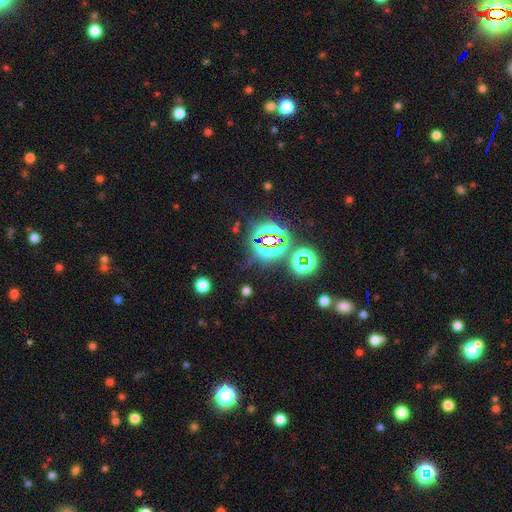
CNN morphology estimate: smooth_or_featured: star or artifact (p=0.79) [alt: smooth p=0.12]